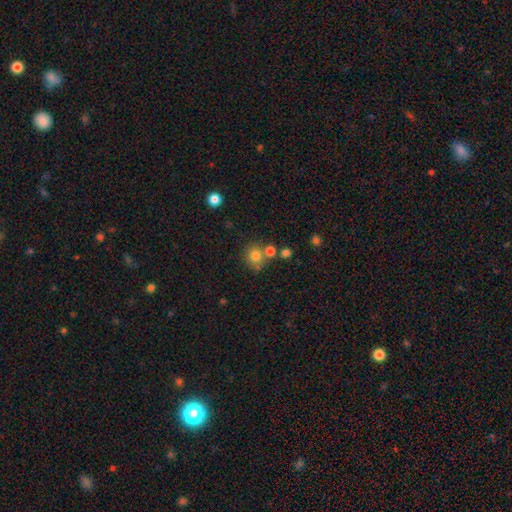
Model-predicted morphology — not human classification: smooth-or-featured: smooth: 77% | star or artifact: 13% | featured or disk: 10%
  how-rounded: round: 85% | in between: 14% | cigar-shaped: 1%
  merging: none: 66% | merger: 19% | minor disturbance: 11% | major disturbance: 4%